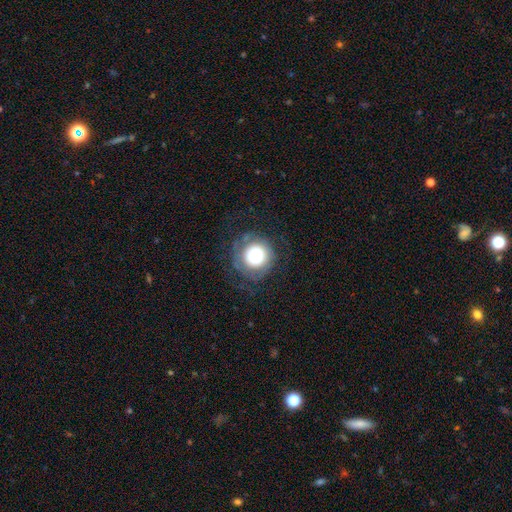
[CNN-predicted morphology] Q: Smooth or featured?
A: smooth (60%); runner-up: featured or disk (29%)
Q: How rounded?
A: round (94%); runner-up: in between (6%)
Q: Merging?
A: none (68%); runner-up: minor disturbance (17%)